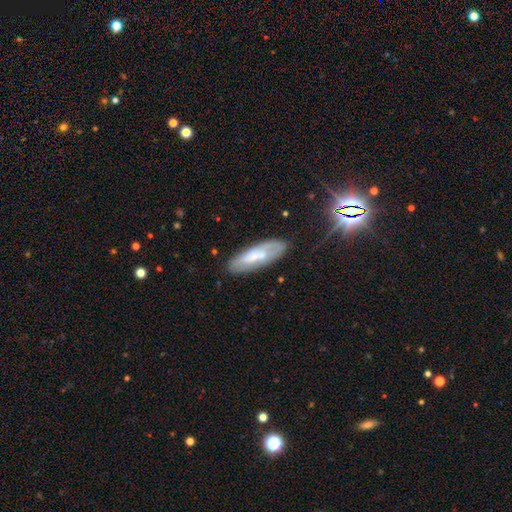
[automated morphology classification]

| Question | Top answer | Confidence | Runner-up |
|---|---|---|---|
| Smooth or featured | smooth | 50% | featured or disk (41%) |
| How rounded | in between | 54% | cigar-shaped (44%) |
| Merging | none | 71% | minor disturbance (20%) |